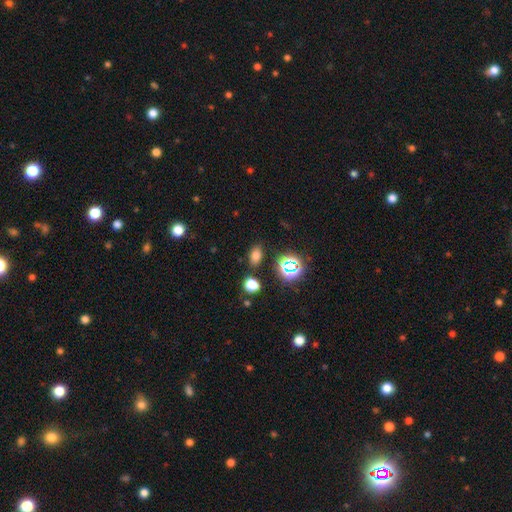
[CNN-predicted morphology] This appears to be a smooth galaxy with no disk features (70%) that is in between round and cigar-shaped (83%). Merging: none (82%).